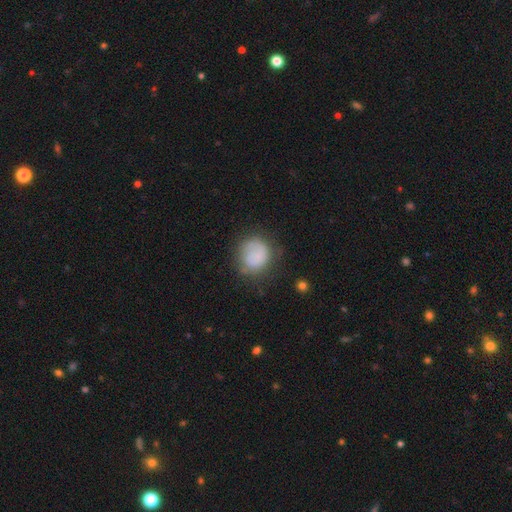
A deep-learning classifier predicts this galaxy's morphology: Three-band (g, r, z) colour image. It shows a smooth galaxy with no disk features (69%) that is round (79%). Merging: none (60%).